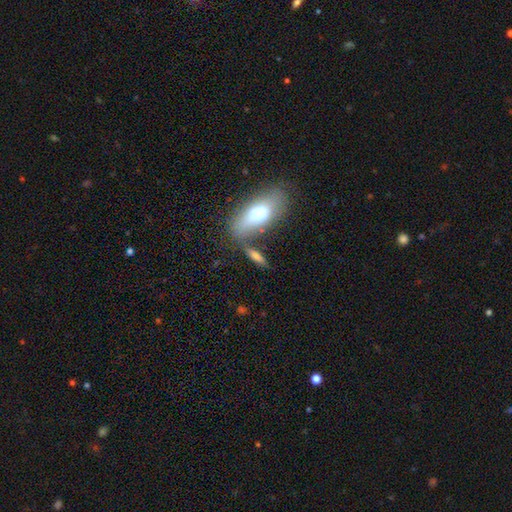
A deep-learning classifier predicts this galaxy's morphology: A smooth galaxy with no disk features (64%) that is in between round and cigar-shaped (48%). Merging: none (59%).